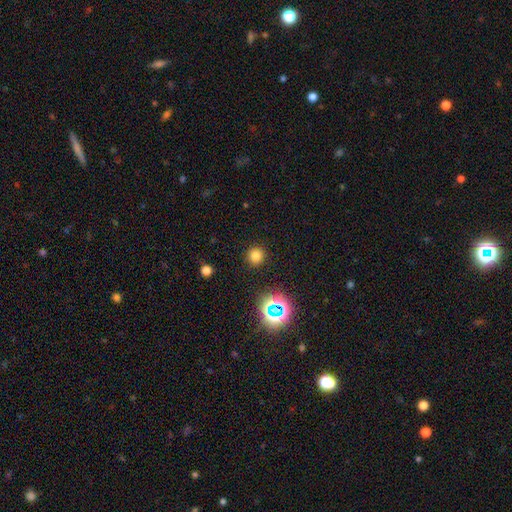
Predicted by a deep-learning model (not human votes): smooth_or_featured: smooth (p=0.76) [alt: star or artifact p=0.20]
how_rounded: round (p=0.93) [alt: in between p=0.06]
merging: none (p=0.90) [alt: minor disturbance p=0.06]